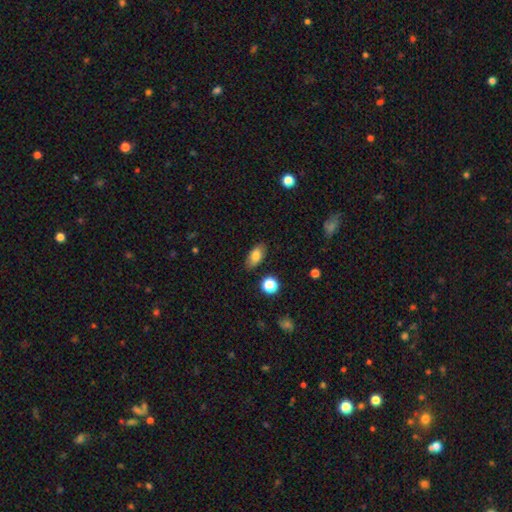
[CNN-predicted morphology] smooth_or_featured: smooth (p=0.78) [alt: featured or disk p=0.13]
how_rounded: in between (p=0.88) [alt: round p=0.06]
merging: none (p=0.86) [alt: minor disturbance p=0.10]